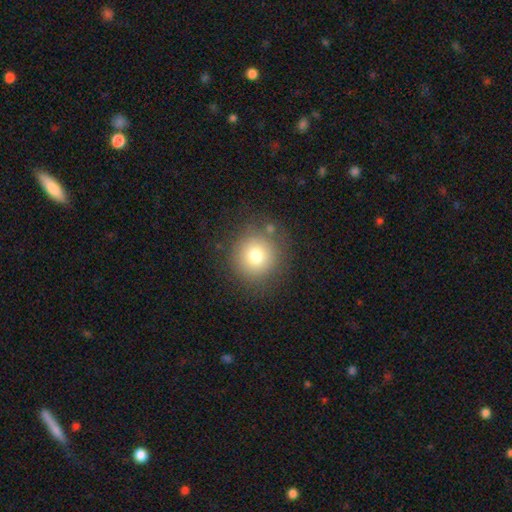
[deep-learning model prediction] Smooth or featured? smooth (76%)
How rounded? round (93%)
Merging? none (81%)